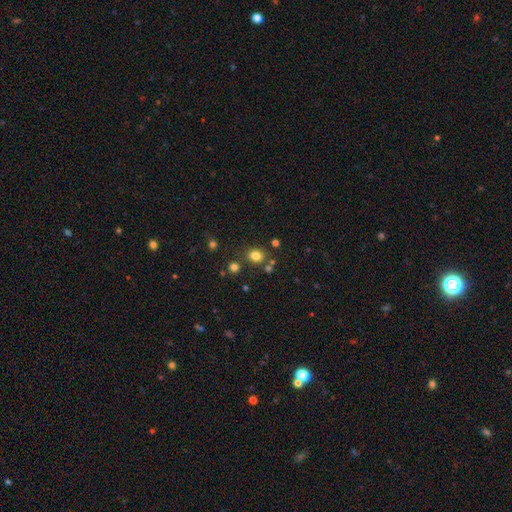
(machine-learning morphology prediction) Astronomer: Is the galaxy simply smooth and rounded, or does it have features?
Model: smooth — 78%.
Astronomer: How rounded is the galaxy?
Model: round — 71%.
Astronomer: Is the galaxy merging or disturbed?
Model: none — 78%.